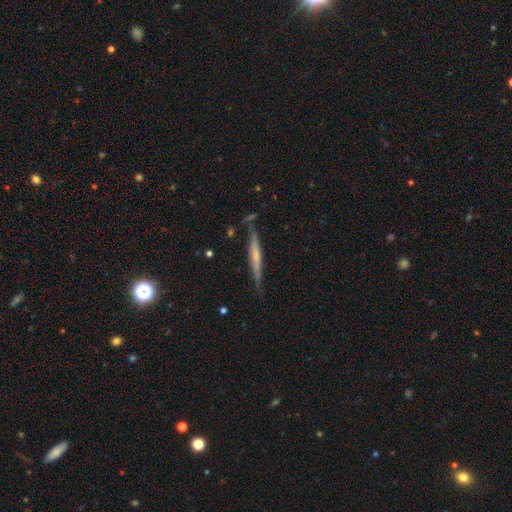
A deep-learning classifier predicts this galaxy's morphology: smooth_or_featured: featured or disk (p=0.56) [alt: smooth p=0.37]
disk_edge_on: yes (p=0.96) [alt: no p=0.04]
edge_on_bulge: none (p=0.55) [alt: rounded p=0.35]
merging: none (p=0.79) [alt: minor disturbance p=0.15]